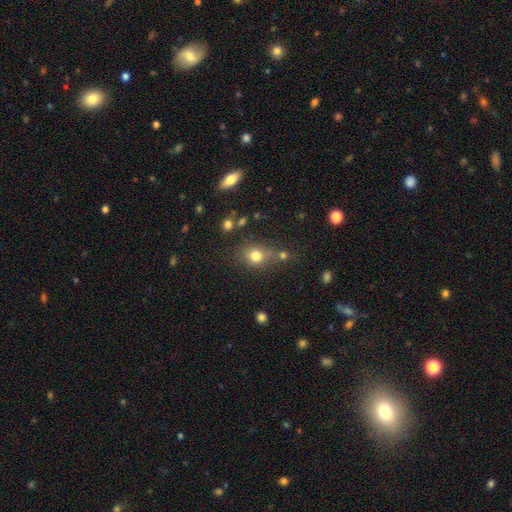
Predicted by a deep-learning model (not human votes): A smooth galaxy with no disk features (77%) that is round (69%). Merging: none (59%).